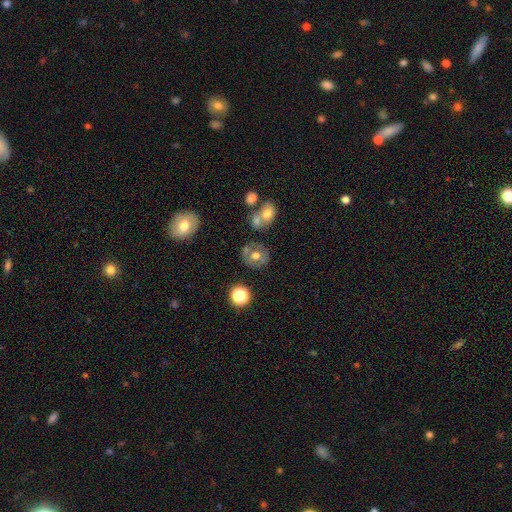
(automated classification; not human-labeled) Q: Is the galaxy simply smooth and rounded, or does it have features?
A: smooth — 53%.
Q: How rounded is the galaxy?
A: round — 78%.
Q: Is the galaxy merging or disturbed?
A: none — 65%.